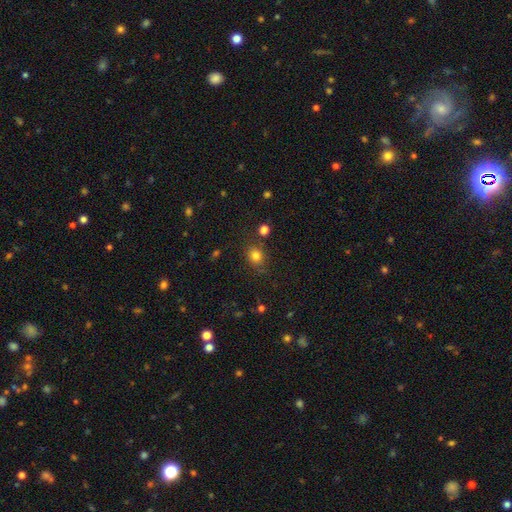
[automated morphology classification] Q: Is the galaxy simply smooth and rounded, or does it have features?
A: smooth — 80%.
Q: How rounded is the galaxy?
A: round — 68%.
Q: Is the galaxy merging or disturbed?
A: none — 78%.